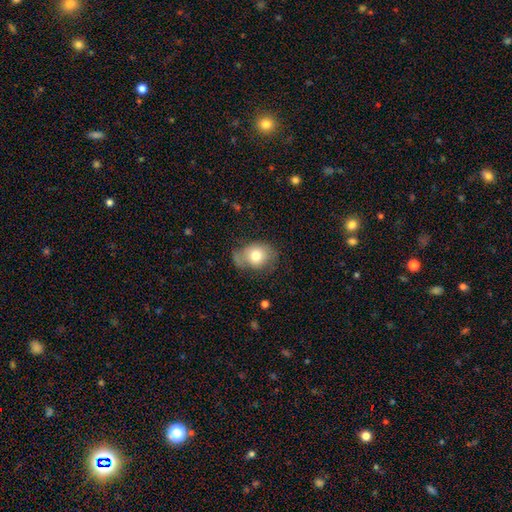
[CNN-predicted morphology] Overall: smooth (69%). How rounded: in between (55%; round 44%). Merging: none (51%; minor disturbance 32%).